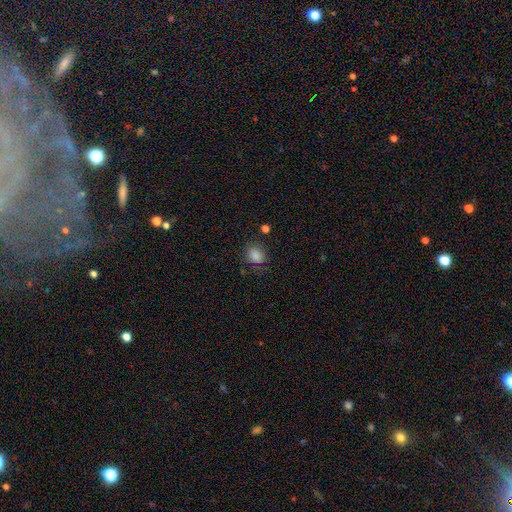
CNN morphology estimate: The model was most divided on "how rounded": in between: 52%, round: 47%, cigar-shaped: 1%. More confident: smooth or featured — smooth (83%); merging — none (70%).